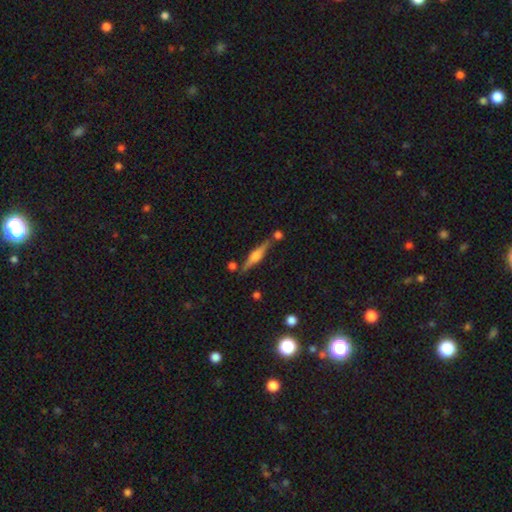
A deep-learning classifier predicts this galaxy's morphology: Smooth or featured: featured or disk — 67% (smooth — 26%)
Edge-on disk: yes — 97% (no — 3%)
Edge-on bulge: rounded — 79% (boxy — 16%)
Merging: none — 78% (minor disturbance — 11%)